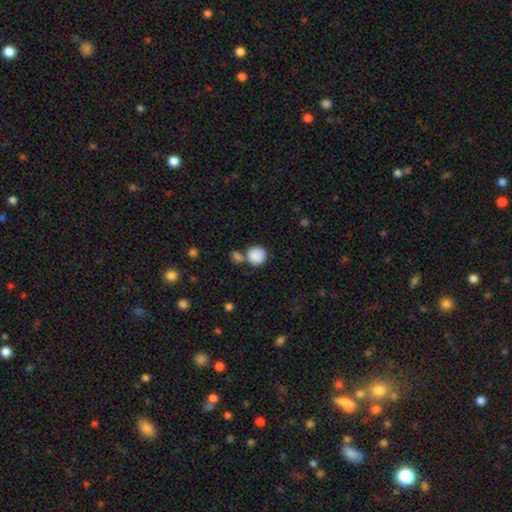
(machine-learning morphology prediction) Q: Smooth or featured?
A: smooth (88%); runner-up: star or artifact (8%)
Q: How rounded?
A: round (89%); runner-up: in between (10%)
Q: Merging?
A: none (55%); runner-up: merger (29%)